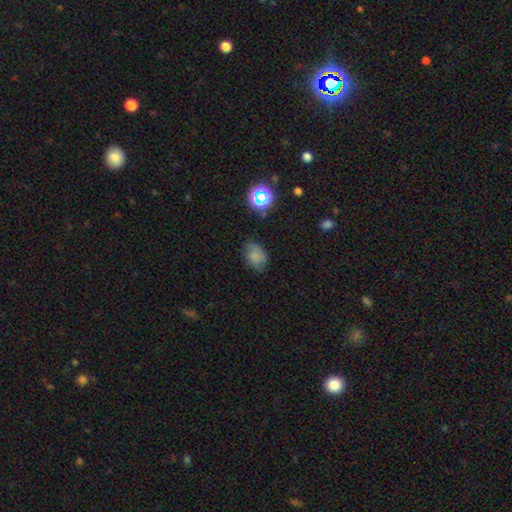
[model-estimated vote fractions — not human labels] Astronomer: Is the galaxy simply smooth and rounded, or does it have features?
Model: smooth — 70%.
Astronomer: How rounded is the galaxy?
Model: in between — 79%.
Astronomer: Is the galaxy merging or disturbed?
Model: none — 64%.